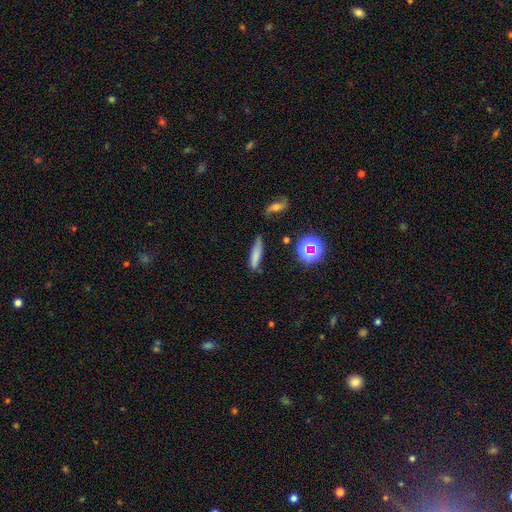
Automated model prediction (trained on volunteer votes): smooth_or_featured: smooth (p=0.70) [alt: featured or disk p=0.17]
how_rounded: cigar-shaped (p=0.78) [alt: in between p=0.18]
merging: none (p=0.60) [alt: minor disturbance p=0.26]